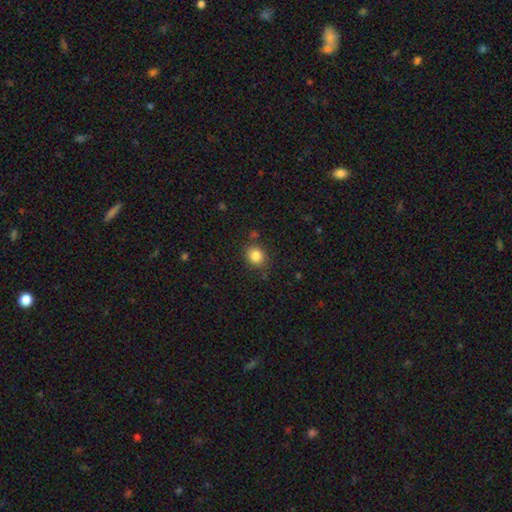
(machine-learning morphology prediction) A smooth galaxy with no disk features (84%) that is round (72%).

Vote fractions:
- Smooth or featured? smooth: 84% / star or artifact: 11% / featured or disk: 6%
- How rounded? round: 72% / in between: 27% / cigar-shaped: 1%
- Merging? none: 81% / minor disturbance: 12% / major disturbance: 4% / merger: 4%